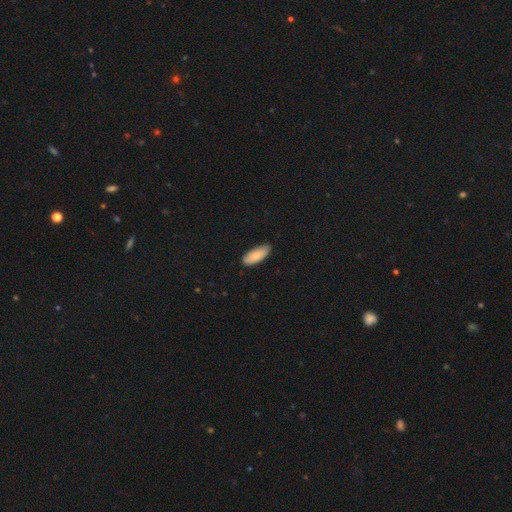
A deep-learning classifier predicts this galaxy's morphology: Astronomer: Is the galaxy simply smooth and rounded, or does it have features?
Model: smooth — 82%.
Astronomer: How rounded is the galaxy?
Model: in between — 83%.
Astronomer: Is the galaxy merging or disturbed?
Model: none — 83%.